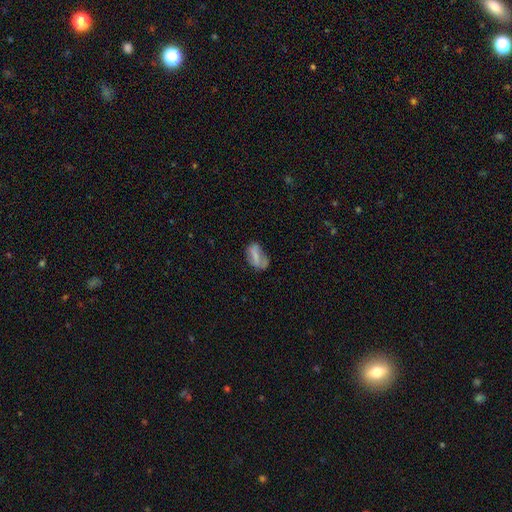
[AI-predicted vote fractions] smooth_or_featured: smooth (p=0.60) [alt: featured or disk p=0.31]
how_rounded: in between (p=0.87) [alt: round p=0.08]
merging: none (p=0.45) [alt: minor disturbance p=0.32]